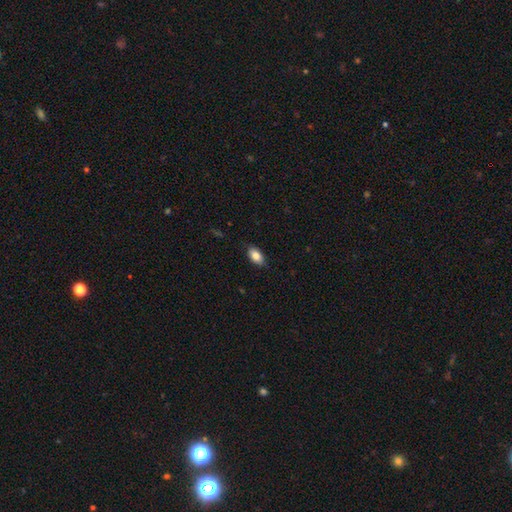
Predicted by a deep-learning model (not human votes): smooth-or-featured: smooth: 84% | featured or disk: 9% | star or artifact: 7%
  how-rounded: in between: 91% | round: 6% | cigar-shaped: 4%
  merging: none: 85% | minor disturbance: 12% | major disturbance: 2% | merger: 1%